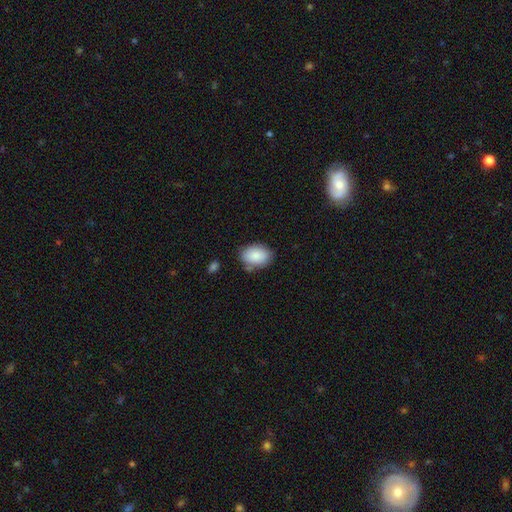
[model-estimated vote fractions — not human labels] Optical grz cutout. It shows a smooth galaxy with no disk features (86%) that is in between round and cigar-shaped (85%). Merging: none (73%).